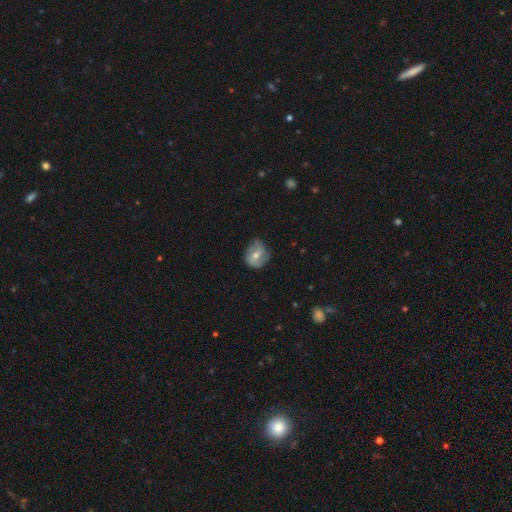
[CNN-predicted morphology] featured or disk 51%, smooth 41%, star or artifact 8%. Down the decision tree: edge-on disk — no (95%); merging — none (60%).